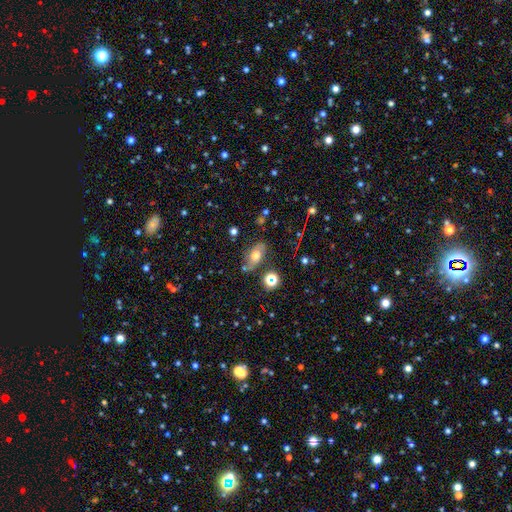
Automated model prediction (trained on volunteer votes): smooth_or_featured: smooth (p=0.54) [alt: featured or disk p=0.30]
how_rounded: in between (p=0.79) [alt: round p=0.13]
merging: none (p=0.69) [alt: minor disturbance p=0.19]